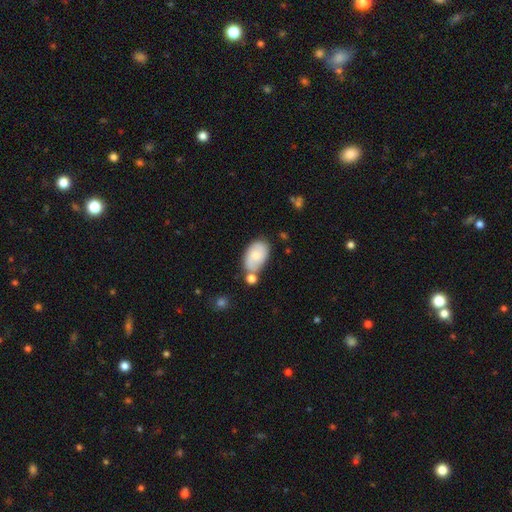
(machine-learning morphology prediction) Smooth or featured? smooth (67%)
How rounded? in between (93%)
Merging? none (54%)